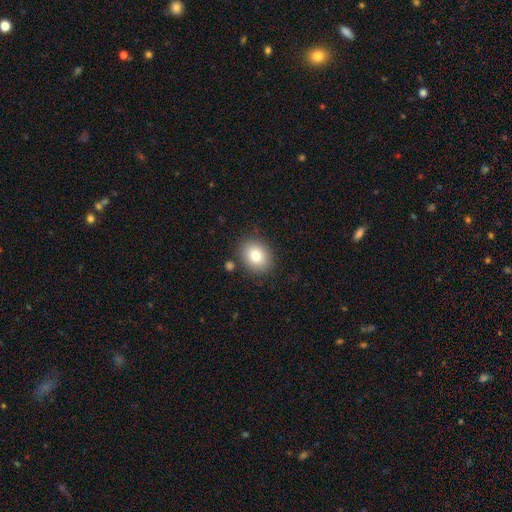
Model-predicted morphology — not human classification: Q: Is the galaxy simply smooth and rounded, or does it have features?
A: smooth — 80%.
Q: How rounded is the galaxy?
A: round — 52%.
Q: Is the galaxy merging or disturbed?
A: none — 84%.